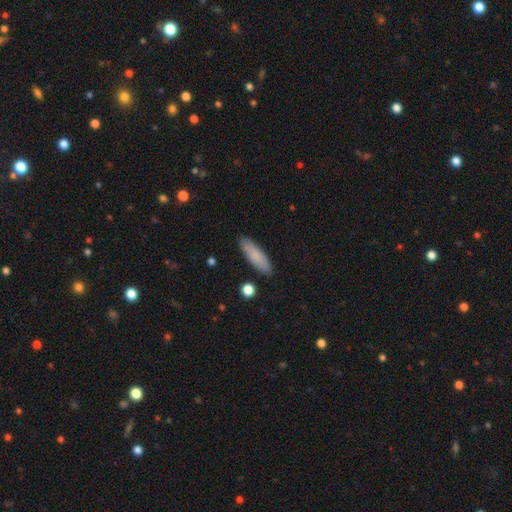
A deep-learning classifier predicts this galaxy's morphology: The model was most divided on "how rounded": cigar-shaped: 53%, in between: 46%, round: 2%. More confident: merging — none (88%); smooth or featured — smooth (81%).